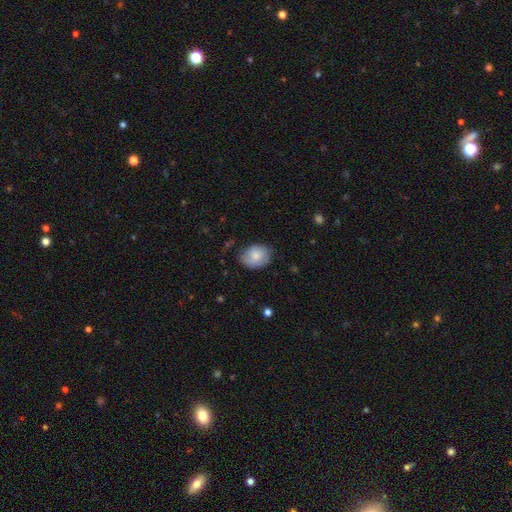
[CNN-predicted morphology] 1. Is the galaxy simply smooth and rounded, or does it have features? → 76% smooth, 17% featured or disk, 7% star or artifact.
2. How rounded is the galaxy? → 65% in between, 34% round, 1% cigar-shaped.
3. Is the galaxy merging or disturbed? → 70% none, 24% minor disturbance, 5% major disturbance, 1% merger.